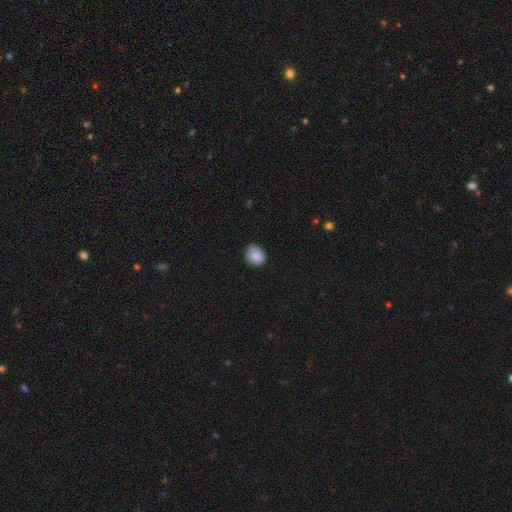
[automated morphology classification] Smooth or featured? Predicted: smooth (p=0.83). How rounded? Predicted: round (p=0.68). Merging? Predicted: none (p=0.75).